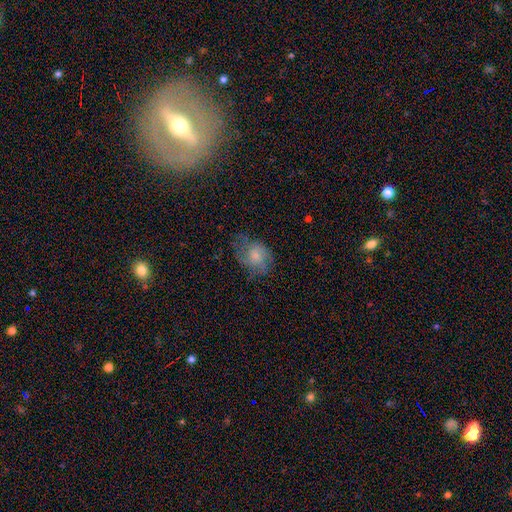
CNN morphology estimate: Overall: smooth (55%; featured or disk 36%). How rounded: in between (63%; round 36%). Merging: none (49%; minor disturbance 29%).